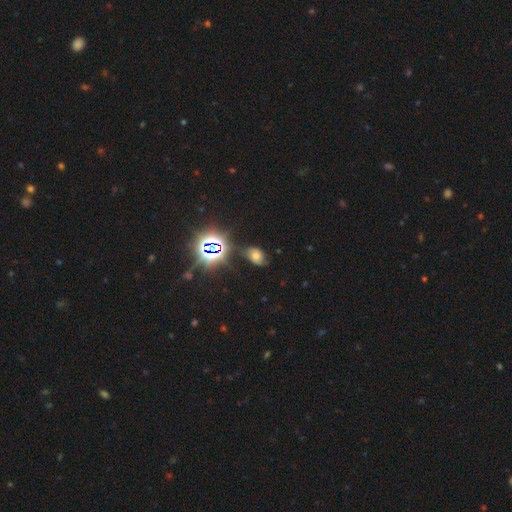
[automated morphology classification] This appears to be a smooth galaxy with no disk features (43%). Merging: none (62%).